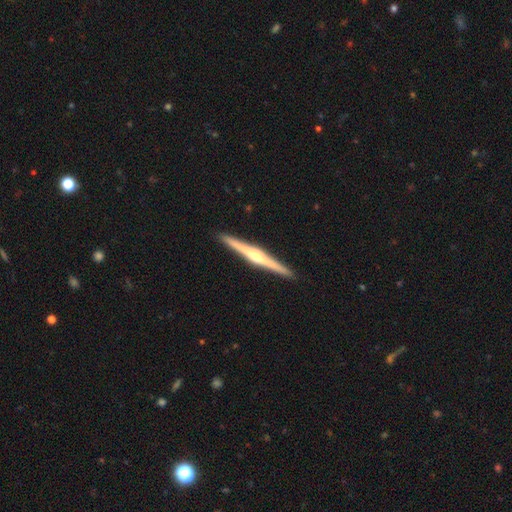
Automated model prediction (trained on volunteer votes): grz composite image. It shows a featured or disk galaxy (82%) viewed edge-on (99%) with a rounded central bulge (88%). Merging: none (93%).